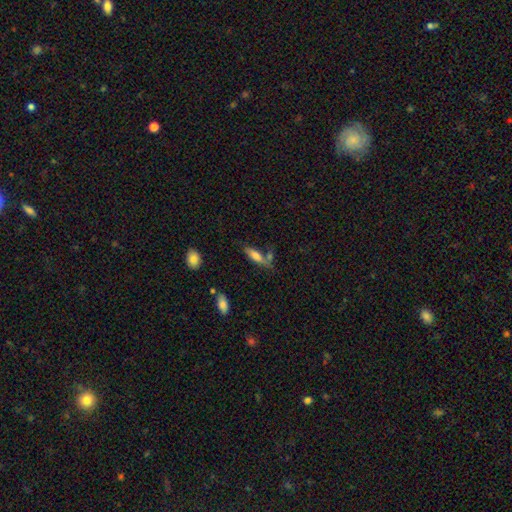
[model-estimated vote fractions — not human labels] Morphology: type=smooth (71%); roundness=cigar-shaped (49%, tied with in between); merging=none (51%).